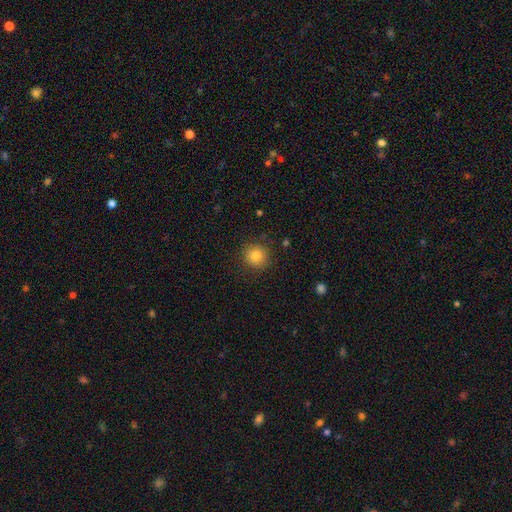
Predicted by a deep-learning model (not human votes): smooth_or_featured: smooth (p=0.82) [alt: star or artifact p=0.11]
how_rounded: round (p=0.92) [alt: in between p=0.07]
merging: none (p=0.88) [alt: minor disturbance p=0.08]